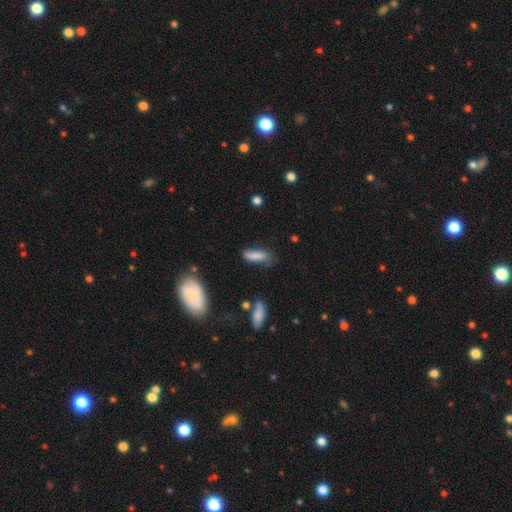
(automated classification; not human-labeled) Smooth or featured? smooth (81%)
How rounded? in between (56%)
Merging? none (58%)